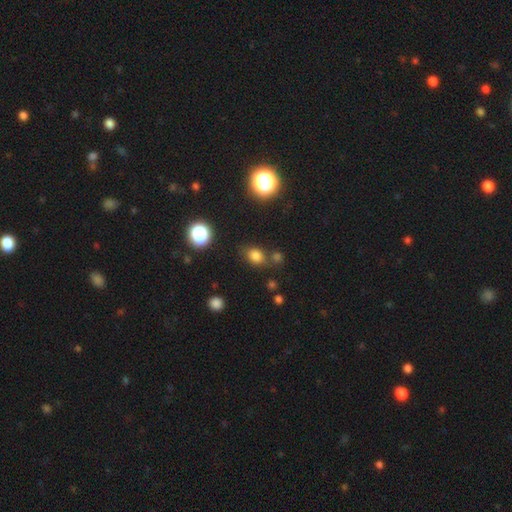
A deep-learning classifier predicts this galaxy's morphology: Smooth or featured? smooth (74%)
How rounded? in between (55%)
Merging? none (71%)